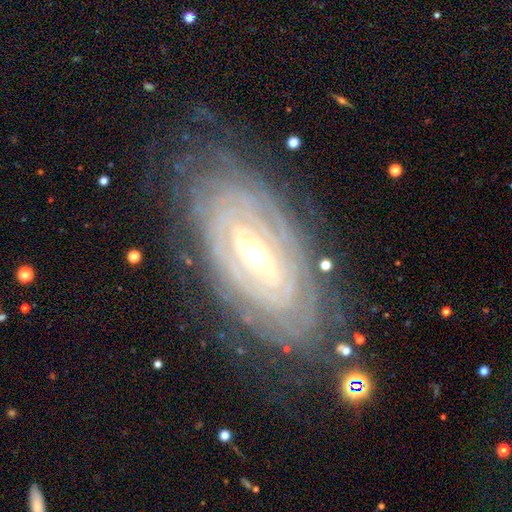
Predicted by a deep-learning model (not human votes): Morphology: type=featured or disk (87%); edge-on=no (91%); bar=no (40%); spiral arms=yes (90%); winding=tight (84%); arm count=can't tell (47%); bulge=moderate (64%); merging=none (76%).